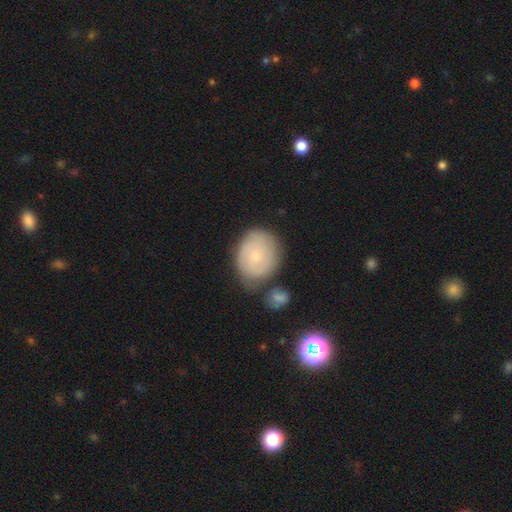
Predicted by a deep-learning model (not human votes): smooth-or-featured: smooth: 50% | featured or disk: 43% | star or artifact: 7%
  merging: none: 63% | minor disturbance: 21% | merger: 9% | major disturbance: 6%